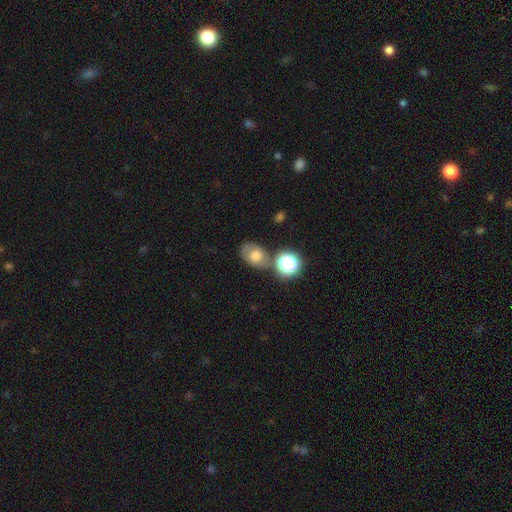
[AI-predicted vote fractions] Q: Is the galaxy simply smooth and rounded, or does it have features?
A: smooth — 63%.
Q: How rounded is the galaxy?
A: in between — 71%.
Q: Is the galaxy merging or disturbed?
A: none — 62%.